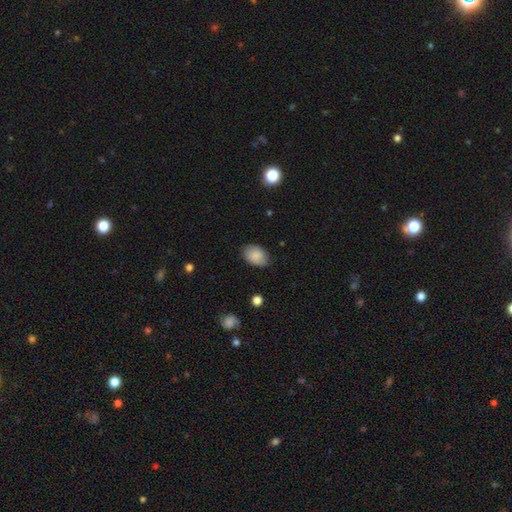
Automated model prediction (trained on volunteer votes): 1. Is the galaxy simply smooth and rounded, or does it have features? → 84% smooth, 9% featured or disk, 7% star or artifact.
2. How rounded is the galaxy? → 86% in between, 13% round, 1% cigar-shaped.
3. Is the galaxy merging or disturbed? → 79% none, 17% minor disturbance, 3% major disturbance, 1% merger.